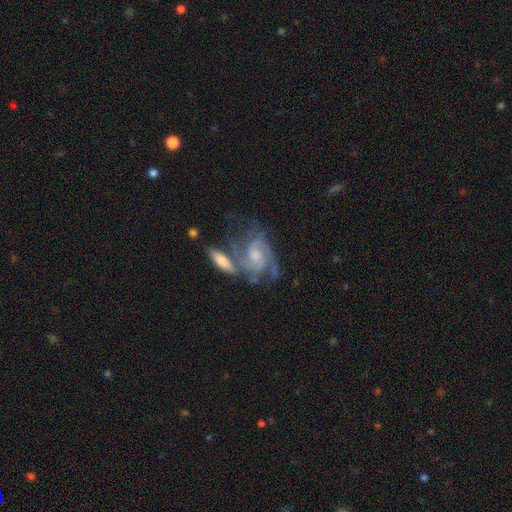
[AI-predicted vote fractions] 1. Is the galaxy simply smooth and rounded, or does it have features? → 84% featured or disk, 11% smooth, 6% star or artifact.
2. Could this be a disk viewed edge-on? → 96% no, 4% yes.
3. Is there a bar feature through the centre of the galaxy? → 54% no, 38% weak, 8% strong.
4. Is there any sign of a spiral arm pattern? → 95% yes, 5% no.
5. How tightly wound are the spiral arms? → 48% medium, 38% tight, 14% loose.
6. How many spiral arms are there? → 53% 2, 19% 3, 16% can't tell, 4% 4, 4% 1, 3% more than 4.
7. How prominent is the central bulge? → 43% small, 42% moderate, 8% none, 5% large, 1% dominant.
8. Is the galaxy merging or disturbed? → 41% none, 29% merger, 17% minor disturbance, 13% major disturbance.